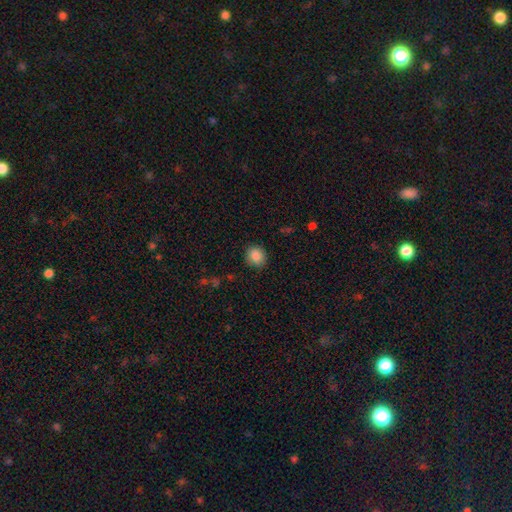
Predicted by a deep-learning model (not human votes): smooth_or_featured: smooth (p=0.87) [alt: star or artifact p=0.09]
how_rounded: round (p=0.75) [alt: in between p=0.24]
merging: none (p=0.84) [alt: minor disturbance p=0.12]